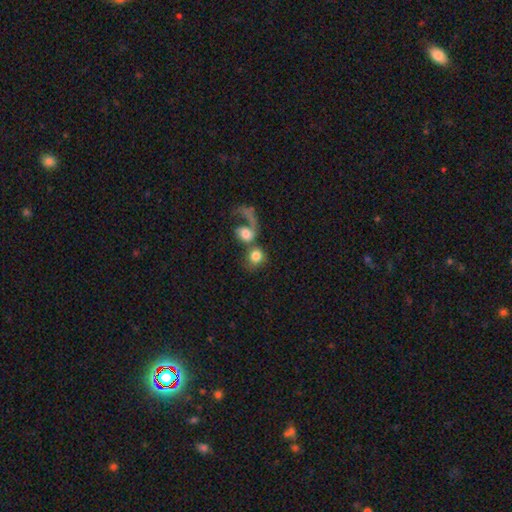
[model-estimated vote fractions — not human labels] This appears to be a smooth galaxy with no disk features (67%) that is round (77%). Merging: merger (54%).